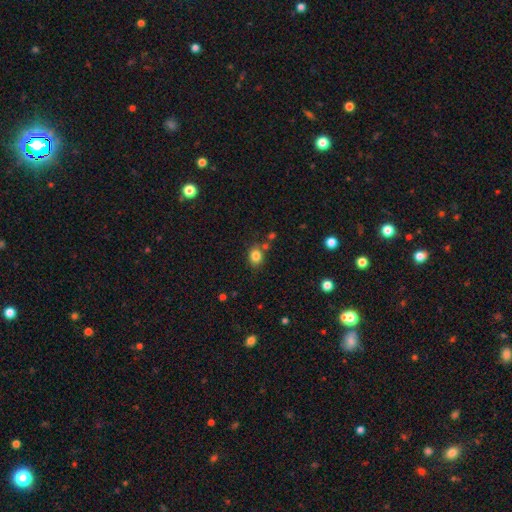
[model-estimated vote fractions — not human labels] Morphology: type=smooth (82%); roundness=round (58%); merging=none (73%).